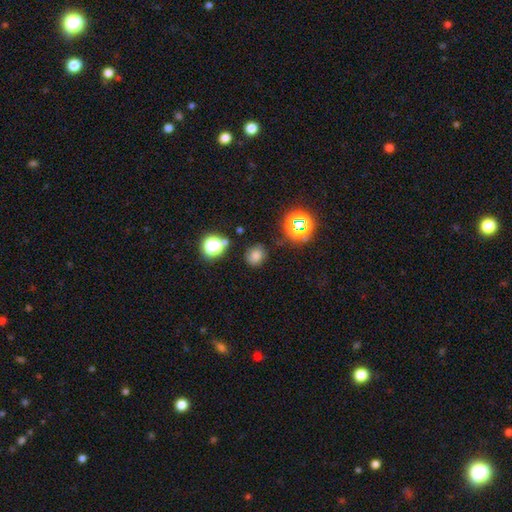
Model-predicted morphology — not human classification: smooth 69%, star or artifact 22%, featured or disk 9%. Down the decision tree: how rounded — round (77%); merging — none (76%).